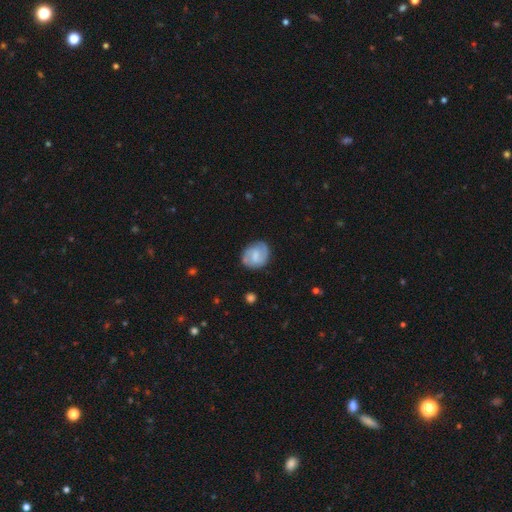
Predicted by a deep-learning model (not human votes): Smooth or featured: featured or disk — 56% (smooth — 38%)
Edge-on disk: no — 97% (yes — 3%)
Bar: weak — 58% (no — 27%)
Spiral arms: yes — 87% (no — 13%)
Bulge size: small — 41% (moderate — 33%)
Merging: none — 80% (minor disturbance — 15%)